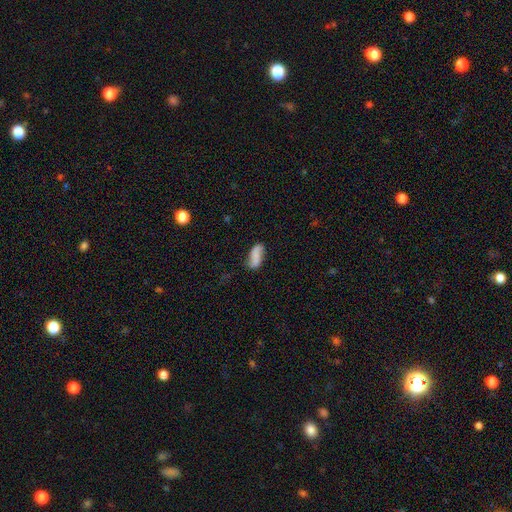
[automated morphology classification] Overall: smooth (59%; featured or disk 32%). How rounded: in between (84%). Merging: none (69%).